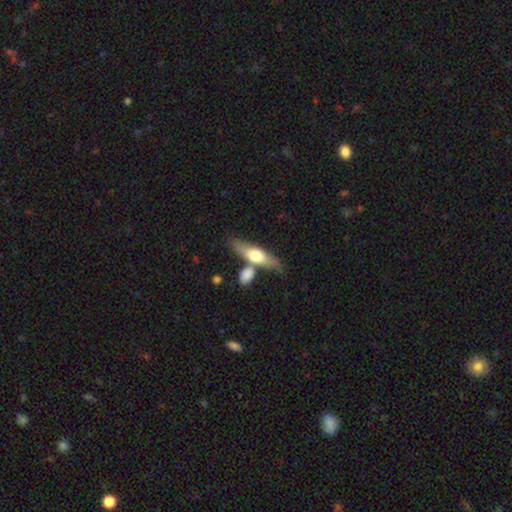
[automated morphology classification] smooth 50%, featured or disk 45%, star or artifact 5%. Down the decision tree: merging — none (57%).